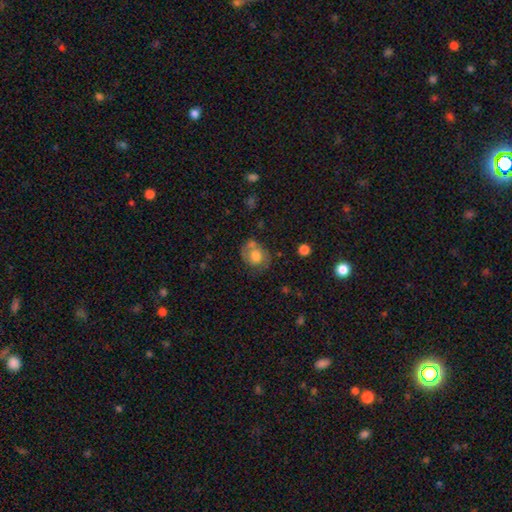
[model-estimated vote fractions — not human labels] A smooth galaxy with no disk features (61%) that is round (64%). Merging: none (49%).